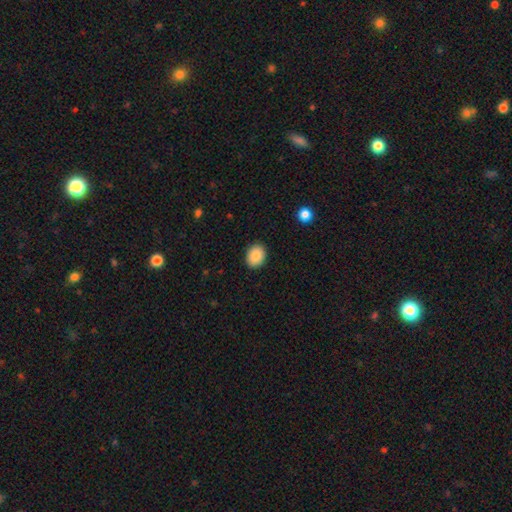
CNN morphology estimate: smooth-or-featured: smooth: 88% | star or artifact: 8% | featured or disk: 4%
  how-rounded: in between: 51% | round: 48% | cigar-shaped: 1%
  merging: none: 90% | minor disturbance: 7% | major disturbance: 2% | merger: 1%